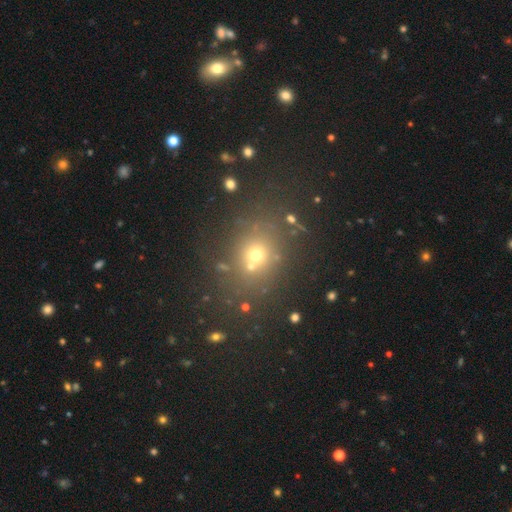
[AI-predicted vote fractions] A smooth galaxy with no disk features (58%) that is round (65%).

Vote fractions:
- Smooth or featured? smooth: 58% / star or artifact: 29% / featured or disk: 13%
- How rounded? round: 65% / in between: 34% / cigar-shaped: 1%
- Merging? none: 72% / minor disturbance: 11% / merger: 11% / major disturbance: 6%